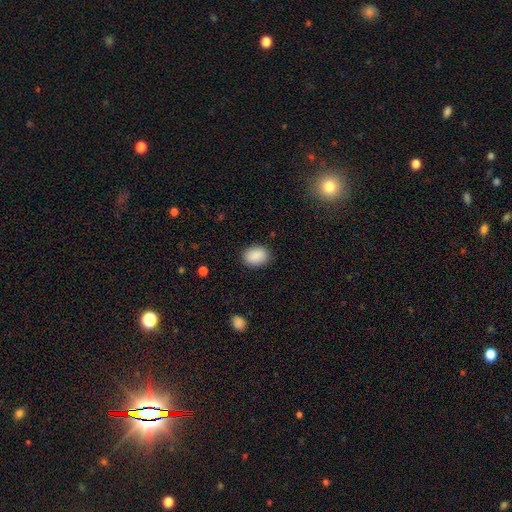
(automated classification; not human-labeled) This appears to be a smooth galaxy with no disk features (89%) that is in between round and cigar-shaped (64%). Merging: none (87%).